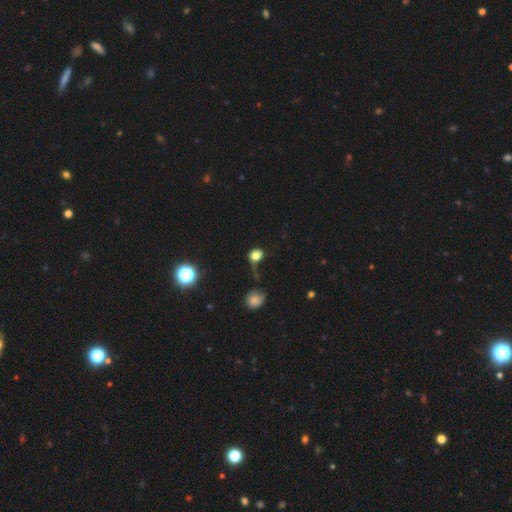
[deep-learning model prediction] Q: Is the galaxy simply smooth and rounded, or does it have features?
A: smooth — 77%.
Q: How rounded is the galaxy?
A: round — 75%.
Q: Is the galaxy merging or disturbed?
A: none — 44%.